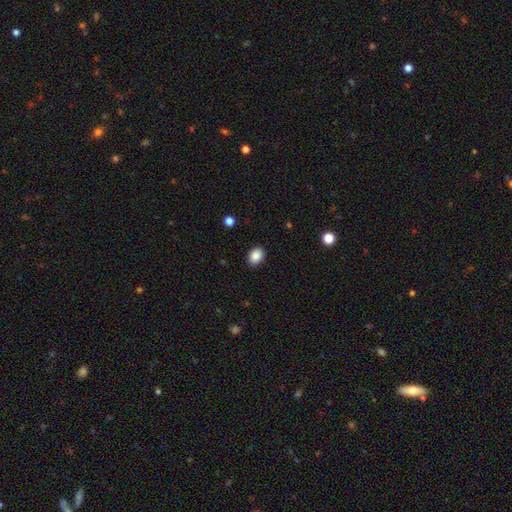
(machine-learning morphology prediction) Q: Smooth or featured?
A: smooth (88%); runner-up: star or artifact (9%)
Q: How rounded?
A: in between (68%); runner-up: round (31%)
Q: Merging?
A: none (89%); runner-up: minor disturbance (8%)